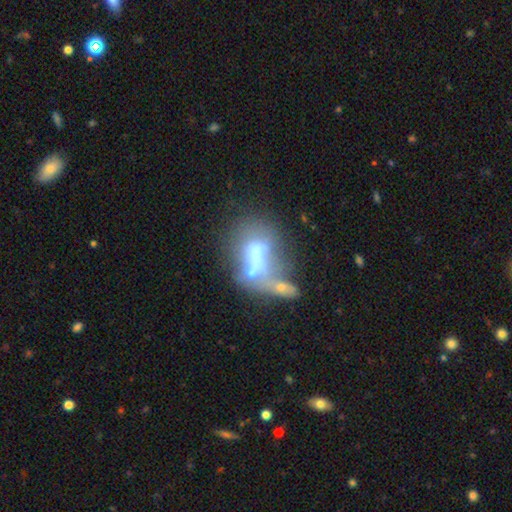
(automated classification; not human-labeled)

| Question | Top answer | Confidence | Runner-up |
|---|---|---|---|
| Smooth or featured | featured or disk | 45% | smooth (42%) |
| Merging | merger | 53% | major disturbance (20%) |